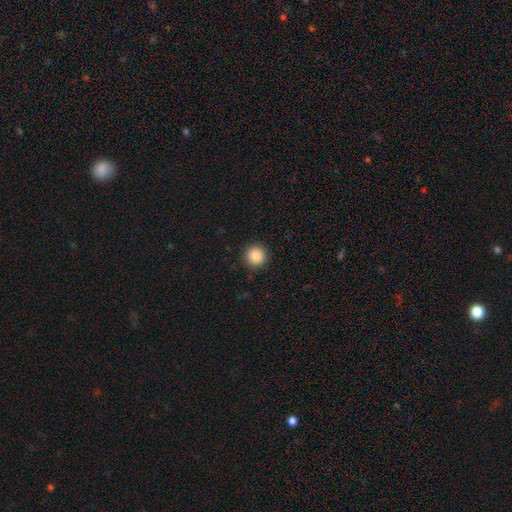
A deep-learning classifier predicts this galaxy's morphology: smooth_or_featured: smooth (p=0.87) [alt: star or artifact p=0.09]
how_rounded: round (p=0.95) [alt: in between p=0.04]
merging: none (p=0.91) [alt: minor disturbance p=0.06]